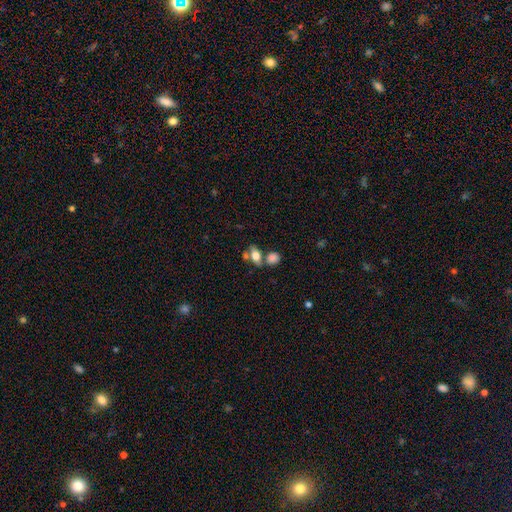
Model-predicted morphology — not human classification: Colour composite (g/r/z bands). It shows a smooth galaxy with no disk features (65%) that is in between round and cigar-shaped (74%). Merging: none (51%).